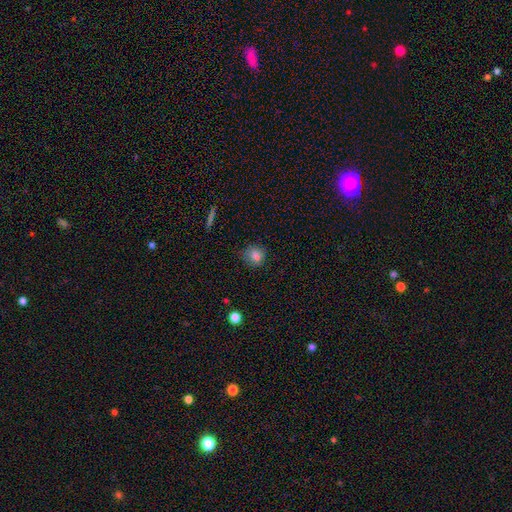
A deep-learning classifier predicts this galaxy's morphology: Overall: smooth (82%). How rounded: round (72%). Merging: none (73%).